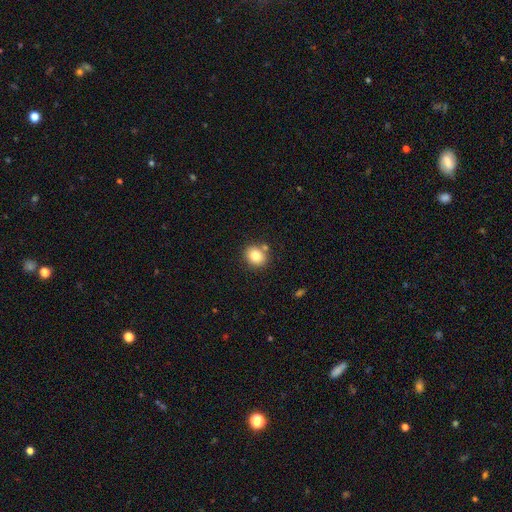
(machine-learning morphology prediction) Smooth or featured? smooth (81%)
How rounded? round (74%)
Merging? none (78%)